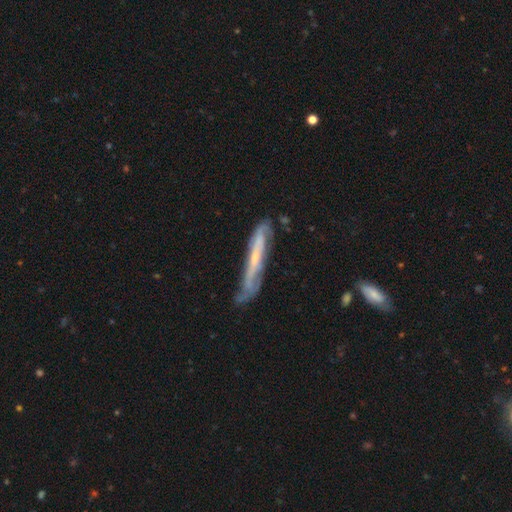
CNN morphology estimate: Overall: featured or disk (67%). Edge-on disk: yes (66%; no 34%). Merging: none (58%; minor disturbance 27%).